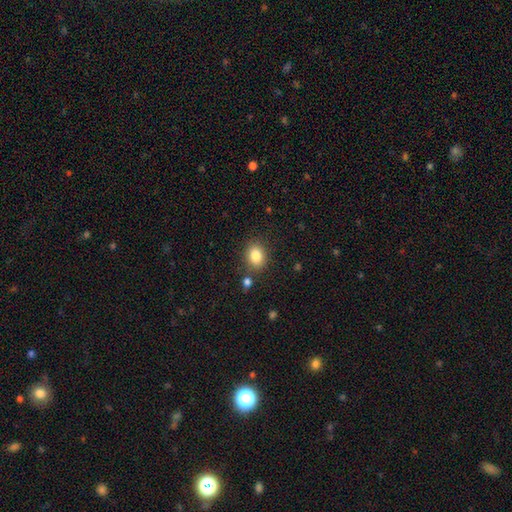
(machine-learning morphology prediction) The model was most divided on "how rounded": in between: 51%, round: 48%, cigar-shaped: 1%. More confident: smooth or featured — smooth (84%); merging — none (80%).